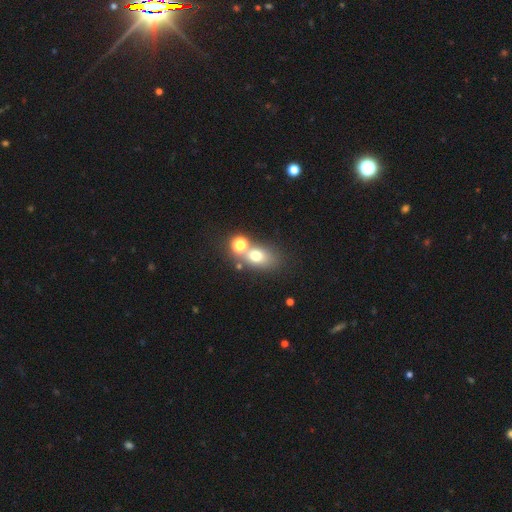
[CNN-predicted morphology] This is likely a smooth galaxy (66%). How rounded: possibly in between (57%). Merging: possibly none (49%).